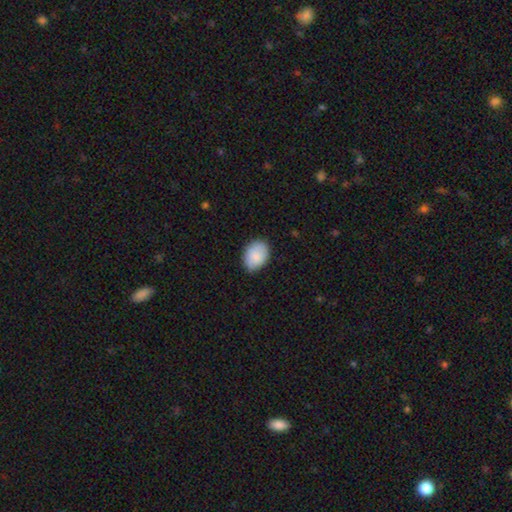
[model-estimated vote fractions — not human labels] A smooth galaxy with no disk features (88%) that is in between round and cigar-shaped (75%).

Vote fractions:
- Smooth or featured? smooth: 88% / star or artifact: 6% / featured or disk: 6%
- How rounded? in between: 75% / round: 24% / cigar-shaped: 1%
- Merging? none: 79% / minor disturbance: 17% / major disturbance: 3% / merger: 1%